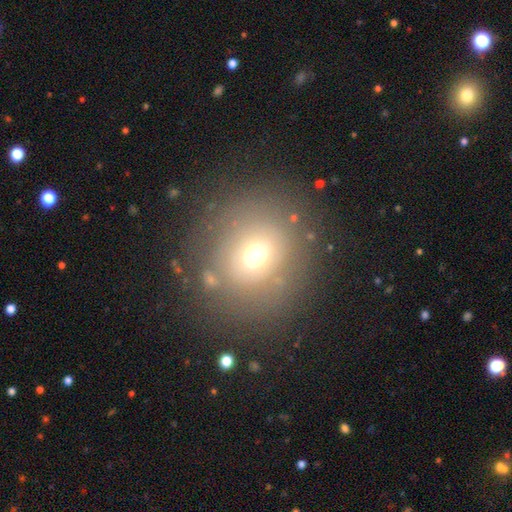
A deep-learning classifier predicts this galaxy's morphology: Q: Smooth or featured?
A: smooth (60%); runner-up: featured or disk (23%)
Q: How rounded?
A: round (80%); runner-up: in between (19%)
Q: Merging?
A: none (78%); runner-up: minor disturbance (13%)